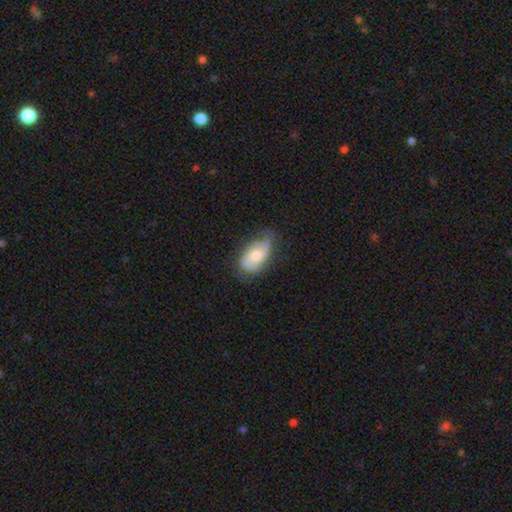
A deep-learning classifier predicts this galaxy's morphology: Smooth or featured? featured or disk (49%)
Merging? none (61%)